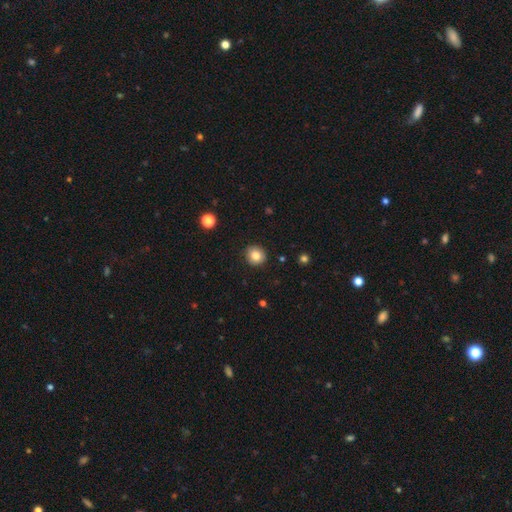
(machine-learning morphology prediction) Smooth or featured? smooth (83%)
How rounded? round (89%)
Merging? none (91%)